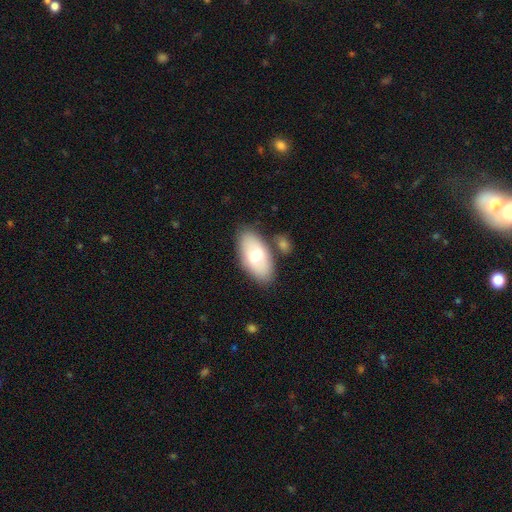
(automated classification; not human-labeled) The model was most divided on "smooth or featured": smooth: 65%, featured or disk: 29%, star or artifact: 6%. More confident: how rounded — in between (93%); merging — none (75%).